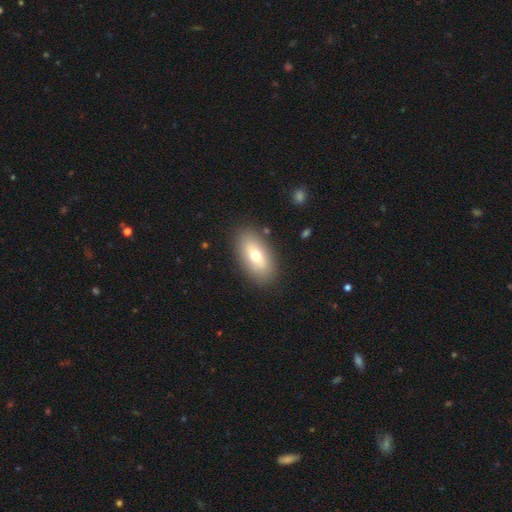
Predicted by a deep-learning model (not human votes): Morphology: type=smooth (67%); roundness=in between (90%); merging=none (85%).